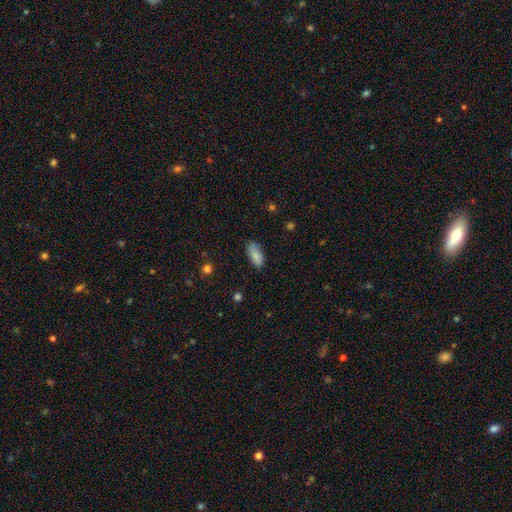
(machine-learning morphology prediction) This is clearly a smooth galaxy (83%). How rounded: clearly in between (86%). Merging: likely none (79%).